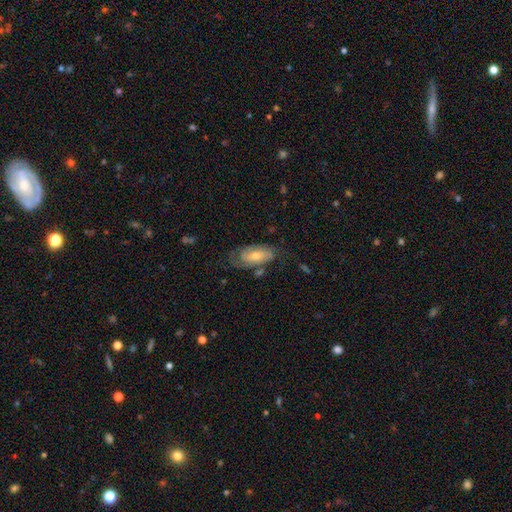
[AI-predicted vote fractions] The model was most divided on "bulge size": moderate: 47%, small: 44%, large: 5%, none: 3%, dominant: 1%. More confident: edge-on disk — no (92%); spiral arms — yes (89%); smooth or featured — featured or disk (68%); merging — none (63%); spiral arm count — 2 (59%); bar — no (58%); spiral winding — tight (52%).